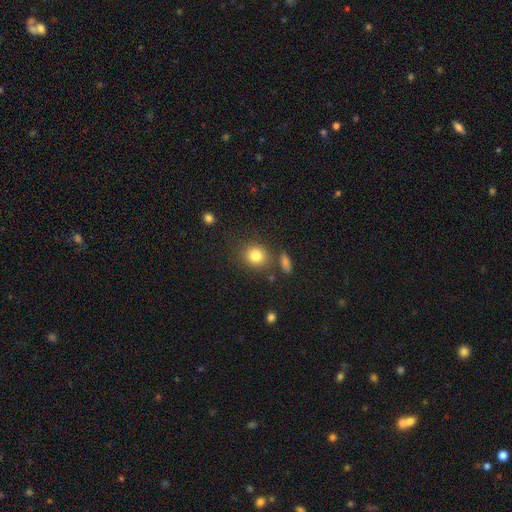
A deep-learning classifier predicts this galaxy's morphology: smooth-or-featured: smooth: 82% | star or artifact: 10% | featured or disk: 7%
  how-rounded: round: 75% | in between: 24% | cigar-shaped: 1%
  merging: none: 77% | minor disturbance: 11% | merger: 8% | major disturbance: 4%